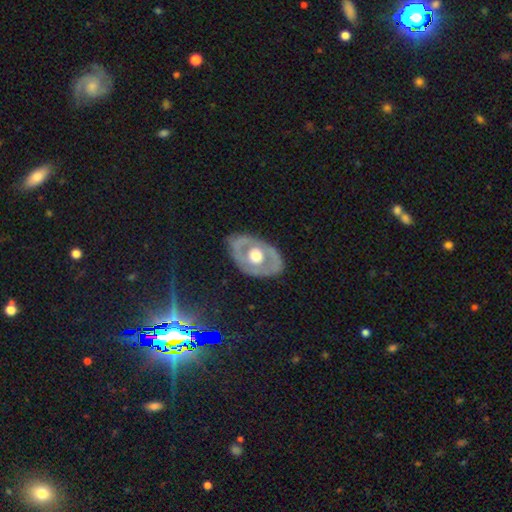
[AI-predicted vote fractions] Q: Smooth or featured?
A: featured or disk (64%); runner-up: smooth (31%)
Q: Edge-on disk?
A: no (91%); runner-up: yes (9%)
Q: Bar?
A: no (87%); runner-up: weak (9%)
Q: Spiral arms?
A: no (81%); runner-up: yes (19%)
Q: Bulge size?
A: moderate (55%); runner-up: large (39%)
Q: Merging?
A: none (77%); runner-up: minor disturbance (16%)